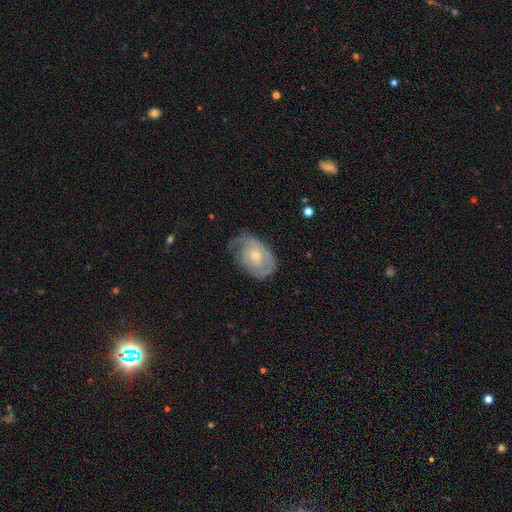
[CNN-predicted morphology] Overall: featured or disk (70%). Edge-on disk: no (96%). Bar: no (78%). Spiral arms: yes (81%). Spiral arm count: can't tell (35%, tied with 2). Spiral winding: tight (57%; medium 30%). Bulge size: small (57%; moderate 39%). Merging: none (55%; minor disturbance 29%).